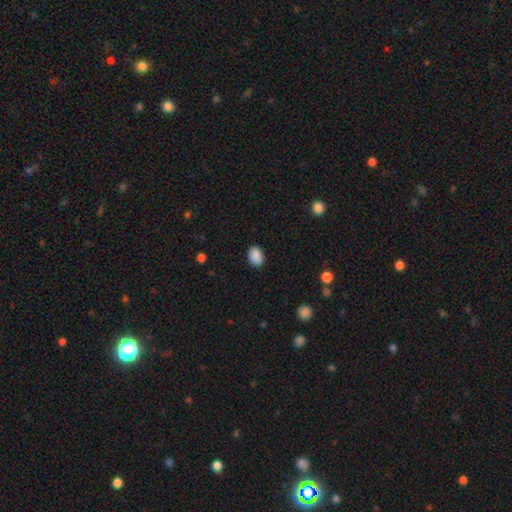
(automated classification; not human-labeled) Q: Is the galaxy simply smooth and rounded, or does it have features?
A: smooth — 89%.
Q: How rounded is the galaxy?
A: in between — 79%.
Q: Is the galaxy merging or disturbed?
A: none — 87%.